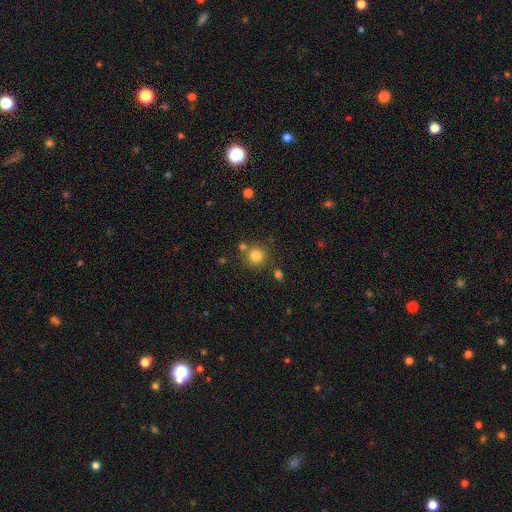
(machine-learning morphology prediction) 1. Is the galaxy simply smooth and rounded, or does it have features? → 82% smooth, 12% star or artifact, 6% featured or disk.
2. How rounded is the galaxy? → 92% round, 7% in between, 1% cigar-shaped.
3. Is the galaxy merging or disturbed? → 76% none, 12% merger, 9% minor disturbance, 3% major disturbance.